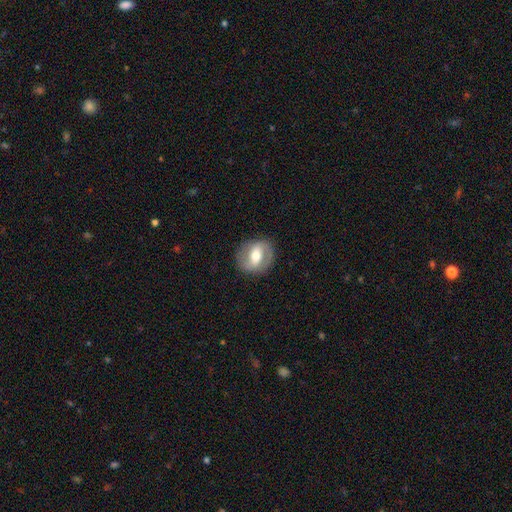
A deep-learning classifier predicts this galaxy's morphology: Smooth or featured? Predicted: featured or disk (p=0.69). Edge-on disk? Predicted: no (p=0.95). Bar? Predicted: strong (p=0.46). Spiral arms? Predicted: yes (p=0.74). Bulge size? Predicted: moderate (p=0.70). Merging? Predicted: none (p=0.84).